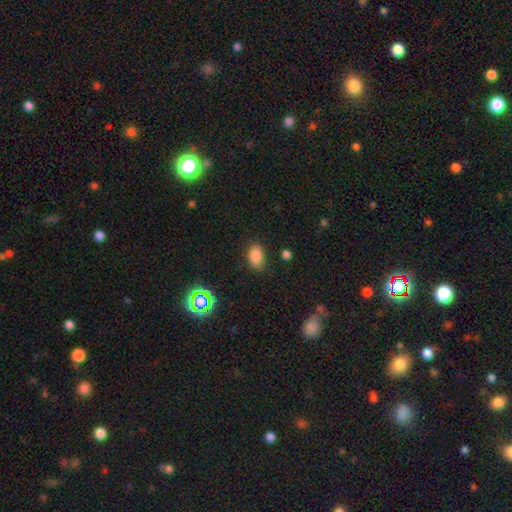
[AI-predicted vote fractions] smooth 81%, star or artifact 13%, featured or disk 6%. Down the decision tree: how rounded — in between (85%); merging — none (77%).